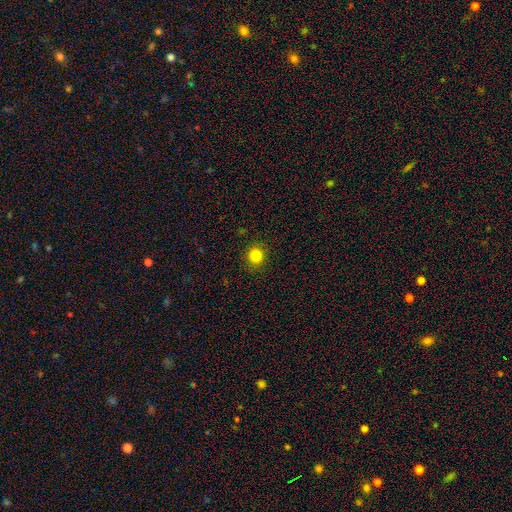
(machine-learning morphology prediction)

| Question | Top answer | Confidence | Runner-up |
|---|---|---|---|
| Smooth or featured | smooth | 84% | star or artifact (12%) |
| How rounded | round | 88% | in between (11%) |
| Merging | none | 90% | minor disturbance (7%) |